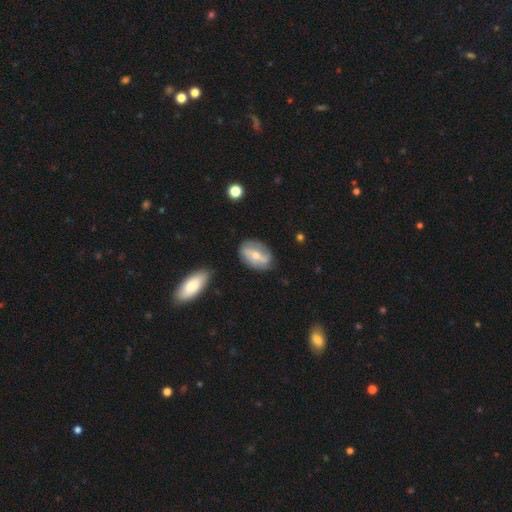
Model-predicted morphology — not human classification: Overall: featured or disk (57%; smooth 37%). Edge-on disk: no (89%). Bar: strong (38%; weak 31%). Spiral arms: yes (58%; no 42%). Bulge size: moderate (49%; small 47%). Merging: none (73%).